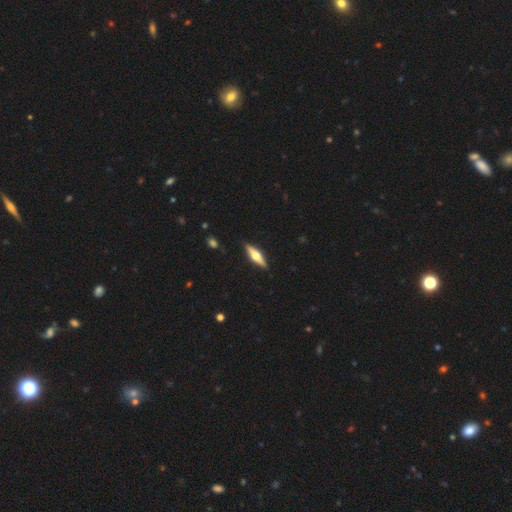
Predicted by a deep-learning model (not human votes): A featured or disk galaxy (61%) viewed edge-on (95%) with a rounded central bulge (95%). Merging: none (89%).